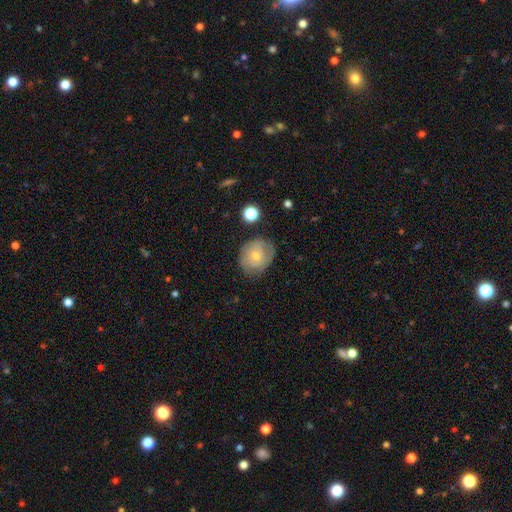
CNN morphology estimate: Q: Smooth or featured?
A: featured or disk (48%); runner-up: smooth (44%)
Q: Merging?
A: none (72%); runner-up: minor disturbance (20%)